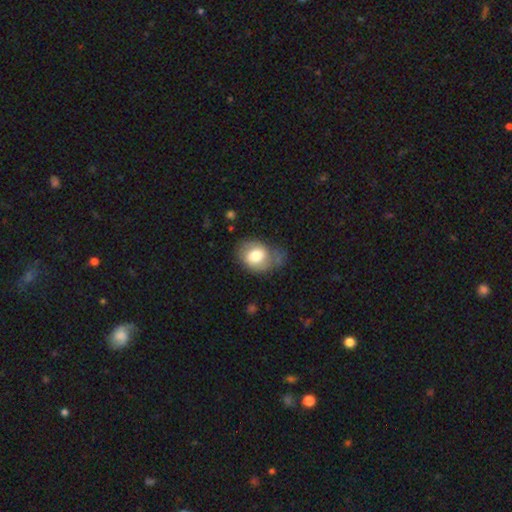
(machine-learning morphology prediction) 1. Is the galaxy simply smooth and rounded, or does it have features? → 69% smooth, 24% featured or disk, 7% star or artifact.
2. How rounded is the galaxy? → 66% in between, 33% round, 1% cigar-shaped.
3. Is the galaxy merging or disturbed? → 43% none, 33% minor disturbance, 19% major disturbance, 5% merger.